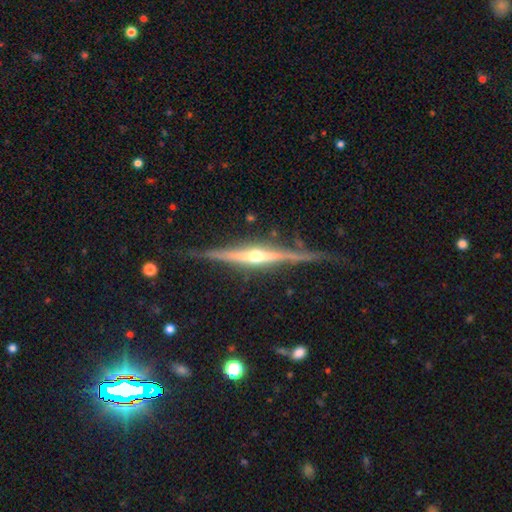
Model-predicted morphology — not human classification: Smooth or featured? Predicted: featured or disk (p=0.87). Edge-on disk? Predicted: yes (p=0.98). Edge-on bulge? Predicted: rounded (p=0.92). Merging? Predicted: none (p=0.82).